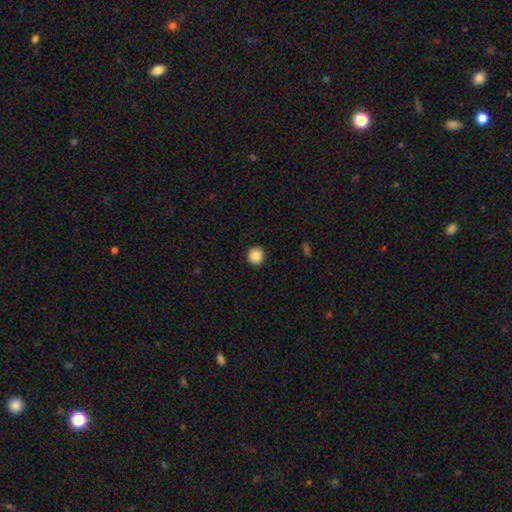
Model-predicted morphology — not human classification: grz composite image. It shows a smooth galaxy with no disk features (87%) that is round (95%). Merging: none (93%).